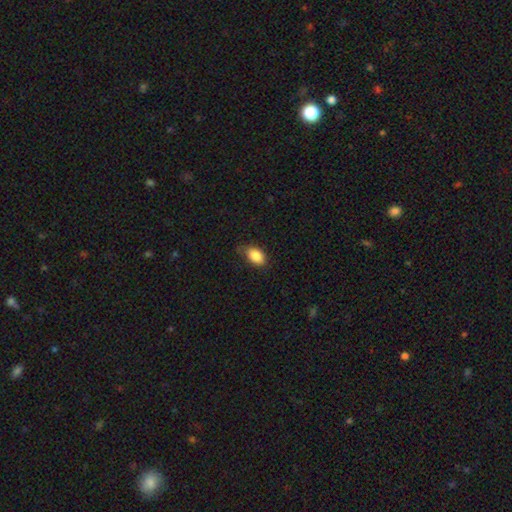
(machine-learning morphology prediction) Smooth or featured? smooth (87%)
How rounded? in between (89%)
Merging? none (71%)